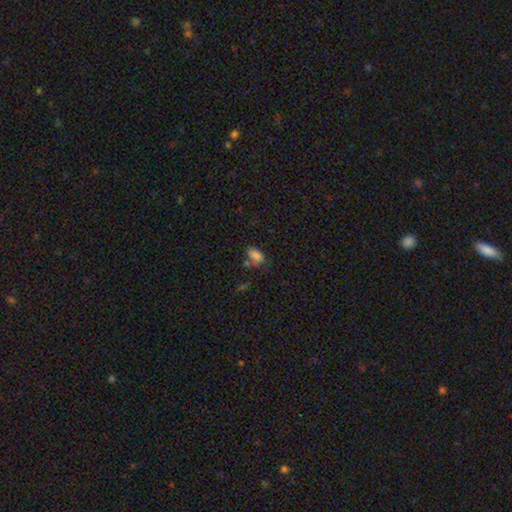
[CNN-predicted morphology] A smooth galaxy with no disk features (79%) that is in between round and cigar-shaped (89%). Merging: none (51%).